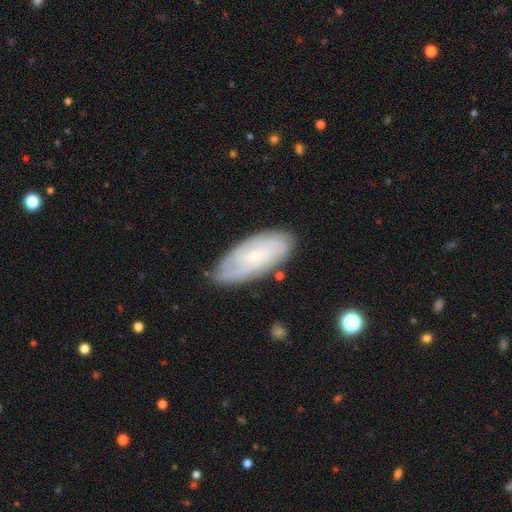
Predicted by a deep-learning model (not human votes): This is possibly a featured or disk galaxy (59%). It is clearly not viewed edge-on (91%). Bar: likely no (69%). Spiral arm pattern: clearly yes (86%). Central bulge: likely small (75%). Merging: likely none (77%).